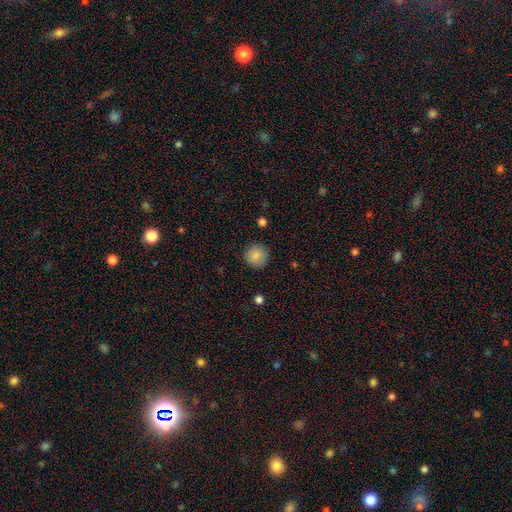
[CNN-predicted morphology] This appears to be a smooth galaxy with no disk features (87%) that is round (93%). Merging: none (88%).